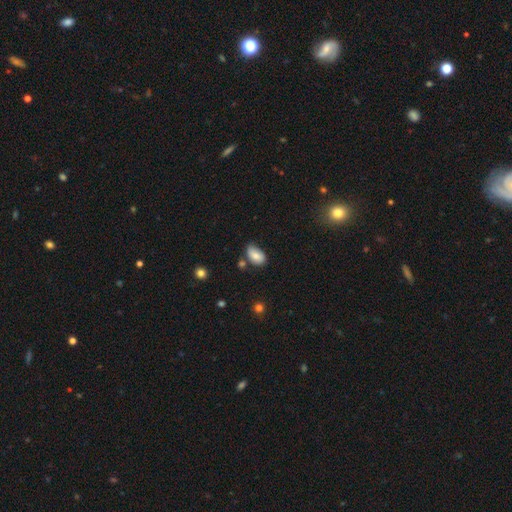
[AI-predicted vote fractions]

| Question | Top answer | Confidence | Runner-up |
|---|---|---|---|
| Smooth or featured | smooth | 80% | featured or disk (12%) |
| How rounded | in between | 91% | round (7%) |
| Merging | none | 54% | minor disturbance (31%) |